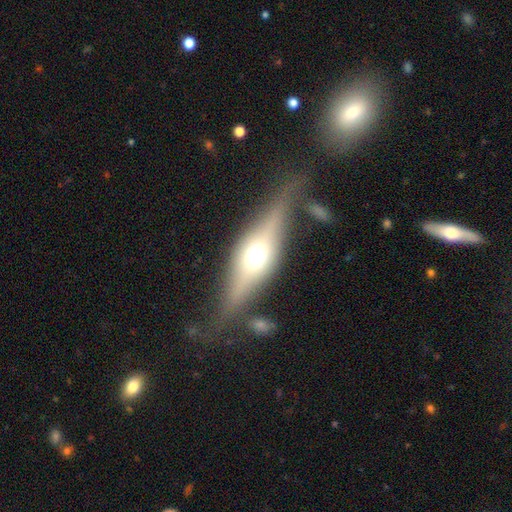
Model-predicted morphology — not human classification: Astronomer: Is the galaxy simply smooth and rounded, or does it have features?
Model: featured or disk — 64%.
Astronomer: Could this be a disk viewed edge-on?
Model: yes — 89%.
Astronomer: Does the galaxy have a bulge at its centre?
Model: rounded — 92%.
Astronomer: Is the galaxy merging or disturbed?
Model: none — 75%.